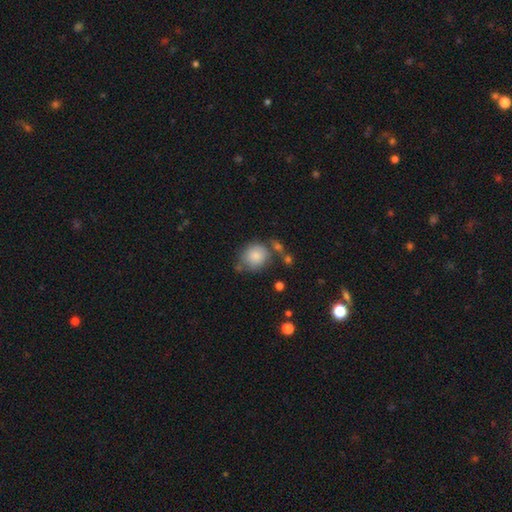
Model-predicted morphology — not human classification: Smooth or featured? smooth (84%)
How rounded? round (81%)
Merging? none (62%)